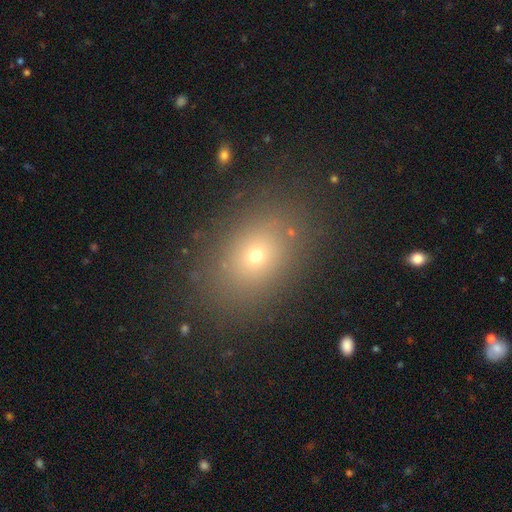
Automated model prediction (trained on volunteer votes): Overall: smooth (66%). How rounded: in between (61%; round 38%). Merging: none (84%).